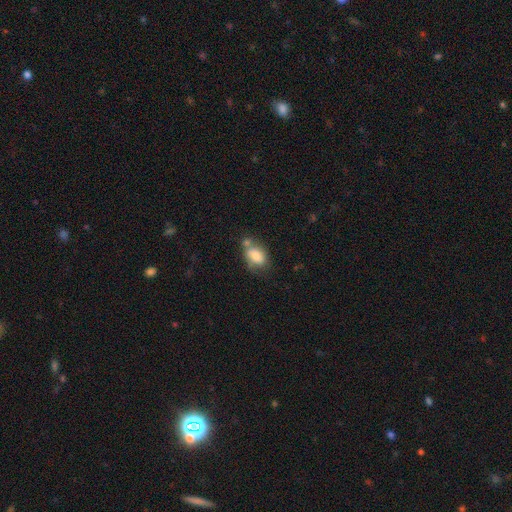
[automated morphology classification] Q: Smooth or featured?
A: smooth (78%); runner-up: featured or disk (14%)
Q: How rounded?
A: in between (85%); runner-up: round (13%)
Q: Merging?
A: none (38%); runner-up: merger (28%)